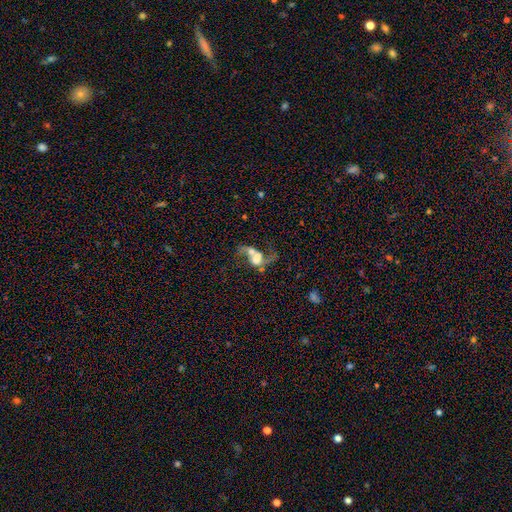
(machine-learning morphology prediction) This is likely a featured or disk galaxy (64%). It is clearly not viewed edge-on (95%). Bar: possibly no (57%). Spiral arm pattern: likely yes (75%). Central bulge: marginally large (35%). Merging: possibly merger (51%).